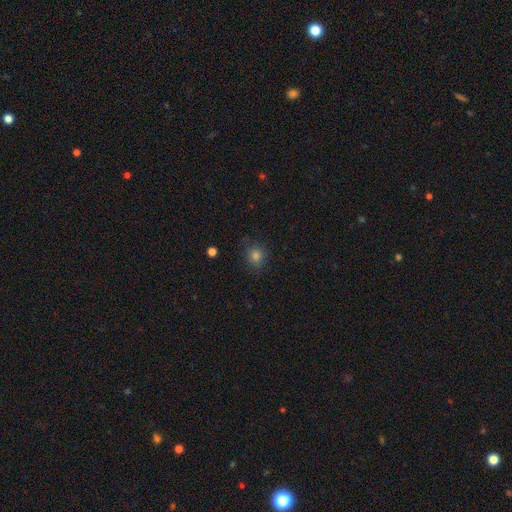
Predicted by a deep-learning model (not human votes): smooth 78%, star or artifact 15%, featured or disk 7%. Down the decision tree: how rounded — round (83%); merging — none (83%).